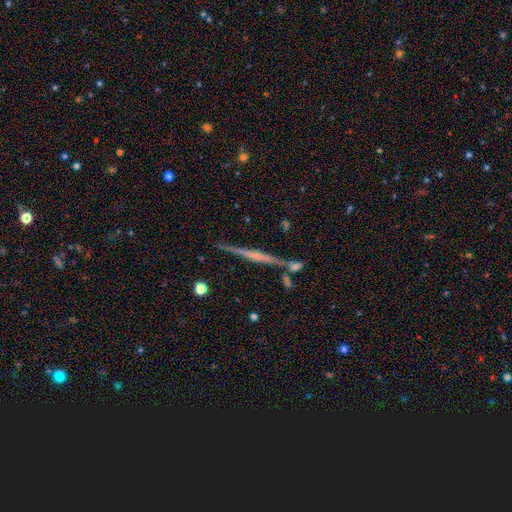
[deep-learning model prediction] Smooth or featured: featured or disk — 77% (smooth — 15%)
Edge-on disk: yes — 98% (no — 2%)
Edge-on bulge: rounded — 52% (none — 31%)
Merging: none — 82% (minor disturbance — 9%)